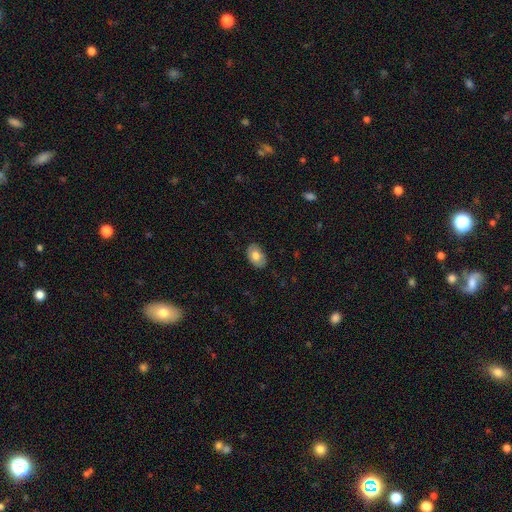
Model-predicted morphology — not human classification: Smooth or featured: smooth — 72% (featured or disk — 21%)
How rounded: in between — 88% (round — 11%)
Merging: none — 82% (minor disturbance — 14%)